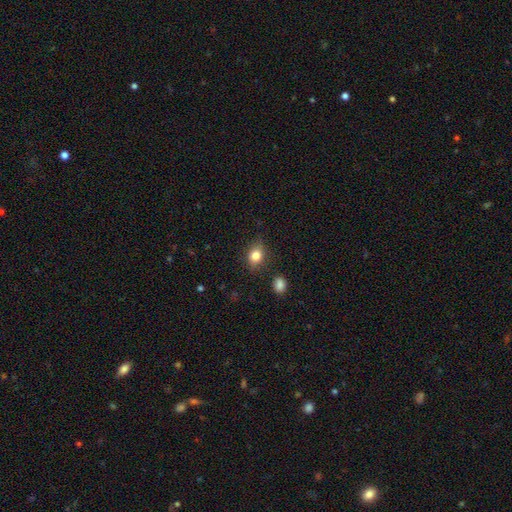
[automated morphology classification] Smooth or featured? Predicted: smooth (p=0.81). How rounded? Predicted: in between (p=0.59). Merging? Predicted: none (p=0.79).